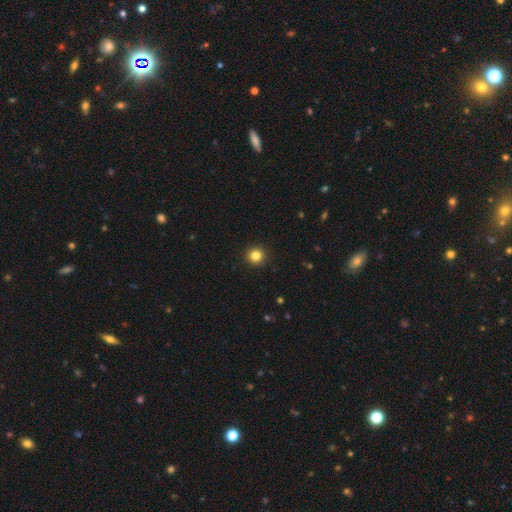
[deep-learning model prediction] Smooth or featured? smooth (83%)
How rounded? round (94%)
Merging? none (93%)